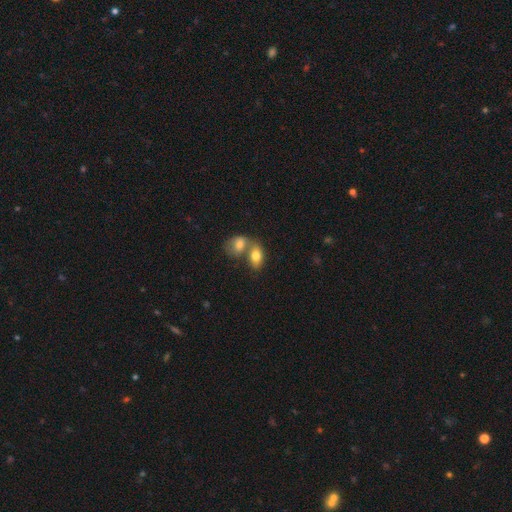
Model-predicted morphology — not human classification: The model was most divided on "merging": merger: 62%, none: 27%, minor disturbance: 8%, major disturbance: 3%. More confident: how rounded — in between (85%); smooth or featured — smooth (79%).